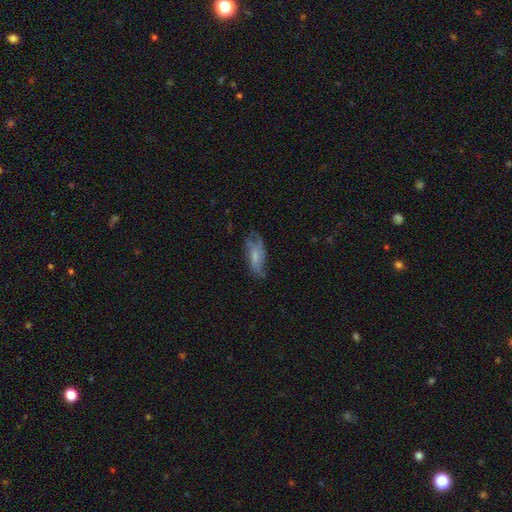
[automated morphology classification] Overall: featured or disk (49%; smooth 42%). Merging: none (53%; minor disturbance 28%).